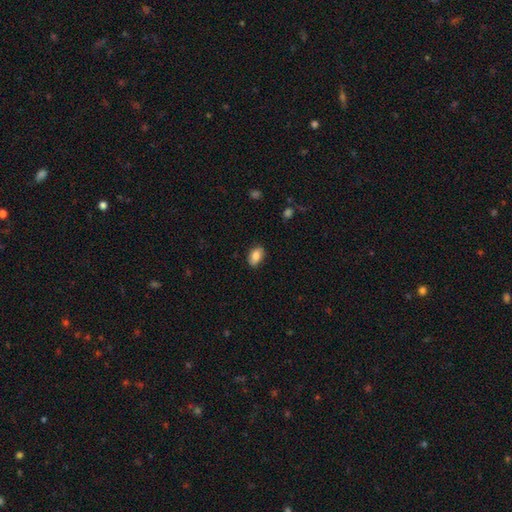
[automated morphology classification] type=smooth (84%); roundness=in between (88%); merging=none (85%).